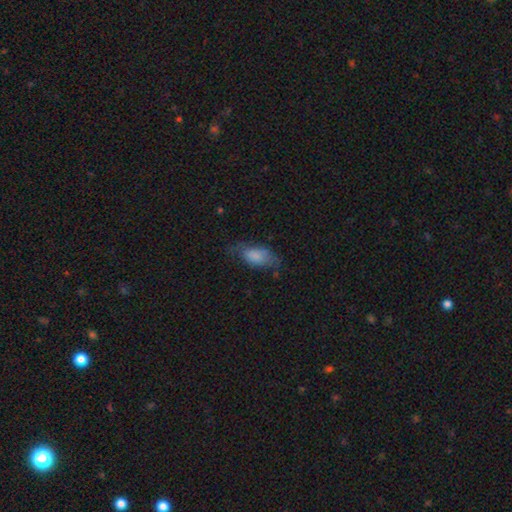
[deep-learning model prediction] smooth 74%, featured or disk 18%, star or artifact 8%. Down the decision tree: how rounded — in between (85%); merging — none (47%).